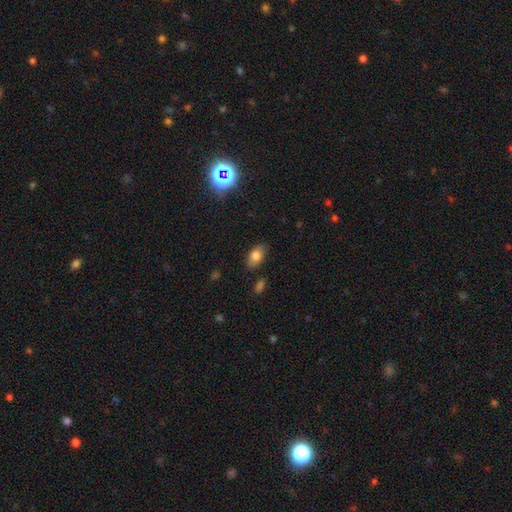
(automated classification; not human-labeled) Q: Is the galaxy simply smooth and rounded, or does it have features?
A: smooth — 79%.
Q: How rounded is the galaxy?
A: in between — 91%.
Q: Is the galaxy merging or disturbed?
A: none — 82%.